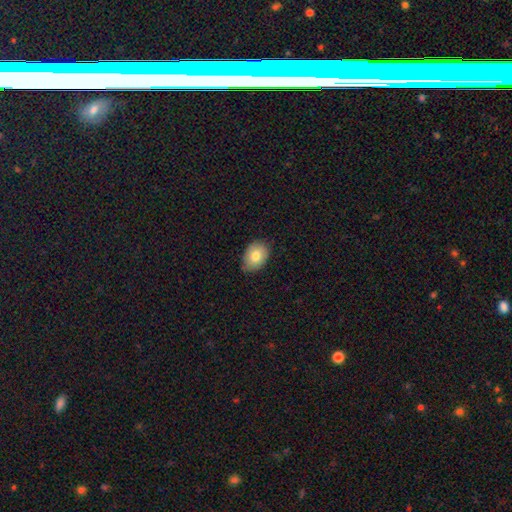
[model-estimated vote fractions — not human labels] Morphology: type=smooth (80%); roundness=in between (80%); merging=none (77%).